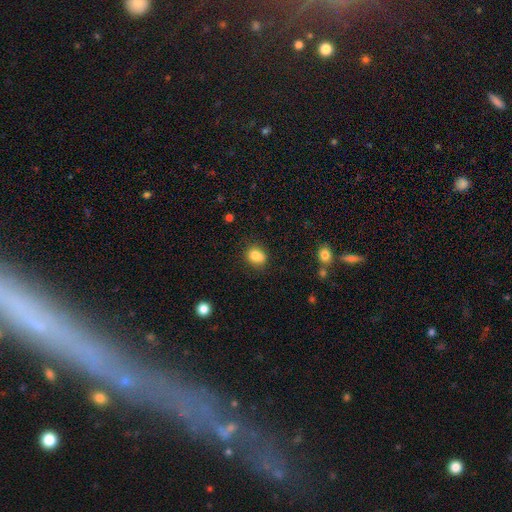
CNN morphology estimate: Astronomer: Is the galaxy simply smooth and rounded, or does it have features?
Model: smooth — 81%.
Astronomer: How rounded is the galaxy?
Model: round — 54% (runner-up: in between, 45%).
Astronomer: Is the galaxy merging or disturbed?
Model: none — 63%.